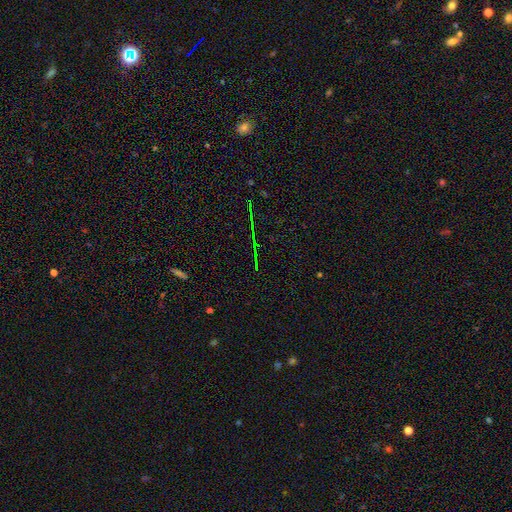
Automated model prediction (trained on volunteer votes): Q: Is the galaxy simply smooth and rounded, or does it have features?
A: star or artifact — 79%.